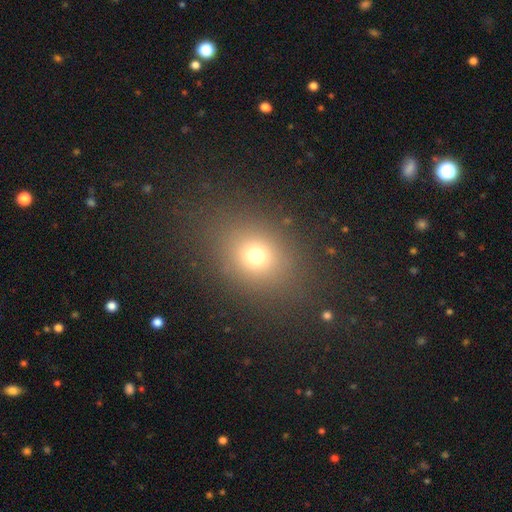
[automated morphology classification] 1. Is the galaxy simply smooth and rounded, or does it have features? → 71% smooth, 18% star or artifact, 10% featured or disk.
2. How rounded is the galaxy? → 54% round, 45% in between, 1% cigar-shaped.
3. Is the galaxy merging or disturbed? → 84% none, 9% minor disturbance, 6% major disturbance, 2% merger.